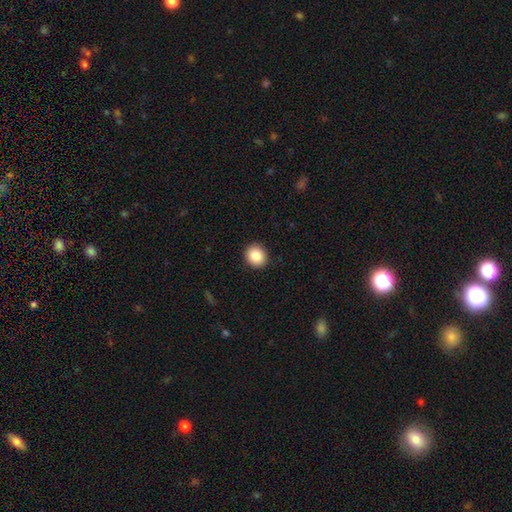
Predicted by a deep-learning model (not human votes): Smooth or featured: smooth — 87% (star or artifact — 8%)
How rounded: round — 81% (in between — 18%)
Merging: none — 92% (minor disturbance — 5%)